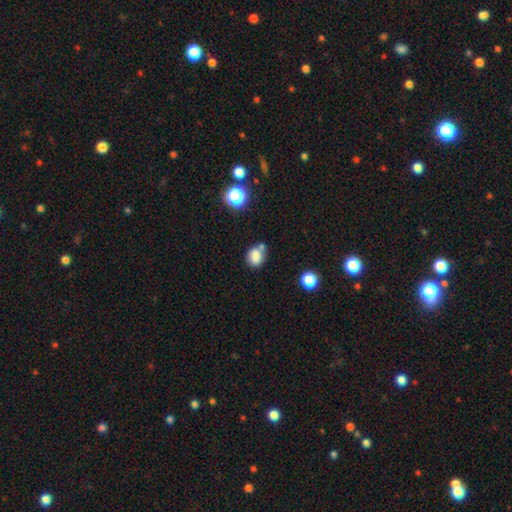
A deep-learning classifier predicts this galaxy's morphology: The model was most divided on "how rounded": round: 50%, in between: 49%, cigar-shaped: 1%. More confident: smooth or featured — smooth (81%); merging — none (54%).